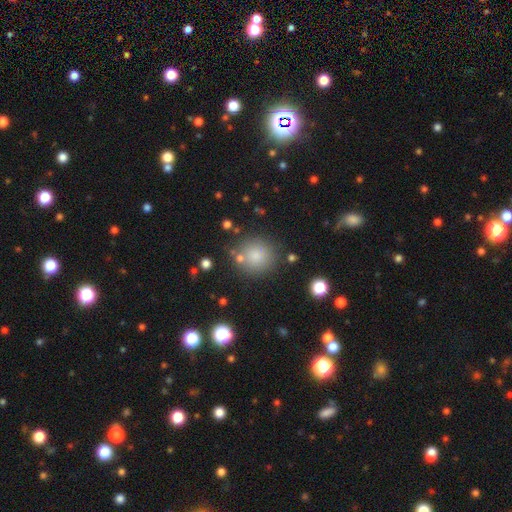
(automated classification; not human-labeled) smooth-or-featured: smooth: 81% | star or artifact: 12% | featured or disk: 7%
  how-rounded: round: 91% | in between: 8% | cigar-shaped: 1%
  merging: none: 78% | minor disturbance: 10% | merger: 7% | major disturbance: 4%